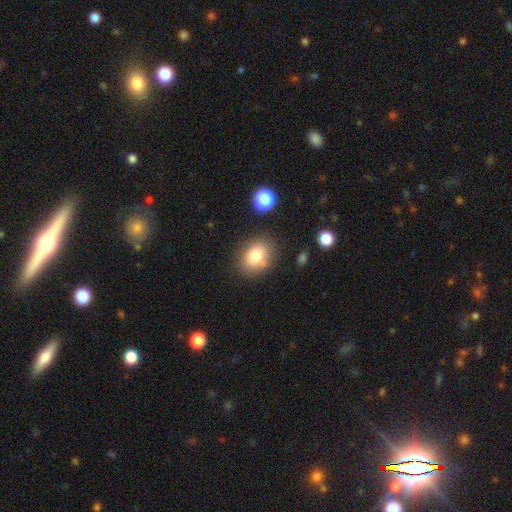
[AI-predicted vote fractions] This appears to be a smooth galaxy with no disk features (79%) that is in between round and cigar-shaped (58%). Merging: none (79%).